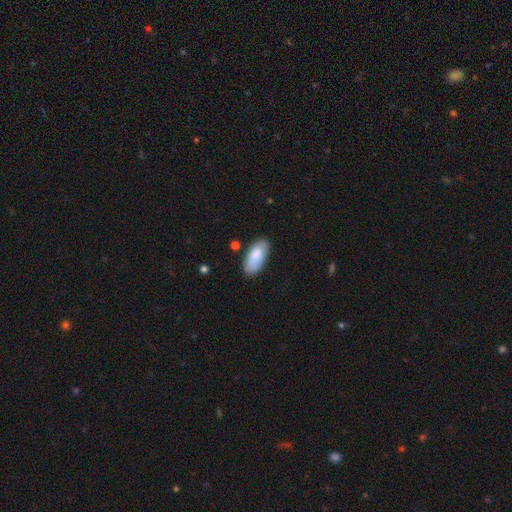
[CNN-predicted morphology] smooth 85%, featured or disk 10%, star or artifact 6%. Down the decision tree: how rounded — in between (90%); merging — none (79%).